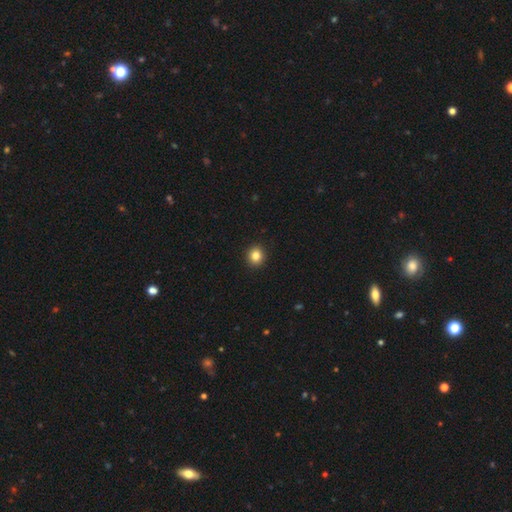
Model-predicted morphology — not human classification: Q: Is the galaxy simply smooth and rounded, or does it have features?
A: smooth — 84%.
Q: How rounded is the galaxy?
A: round — 87%.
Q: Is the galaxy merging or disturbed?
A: none — 93%.